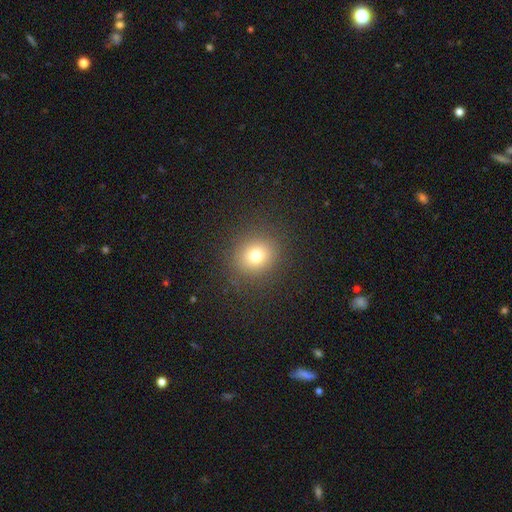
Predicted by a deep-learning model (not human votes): Smooth or featured?
  - smooth: 76% *
  - star or artifact: 15%
  - featured or disk: 9%
How rounded?
  - round: 83% *
  - in between: 16%
  - cigar-shaped: 1%
Merging?
  - none: 89% *
  - minor disturbance: 7%
  - major disturbance: 4%
  - merger: 1%